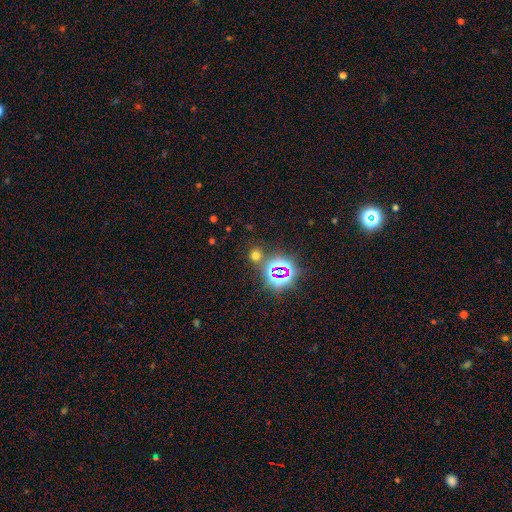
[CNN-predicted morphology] type=smooth (54%); roundness=round (85%); merging=none (79%).